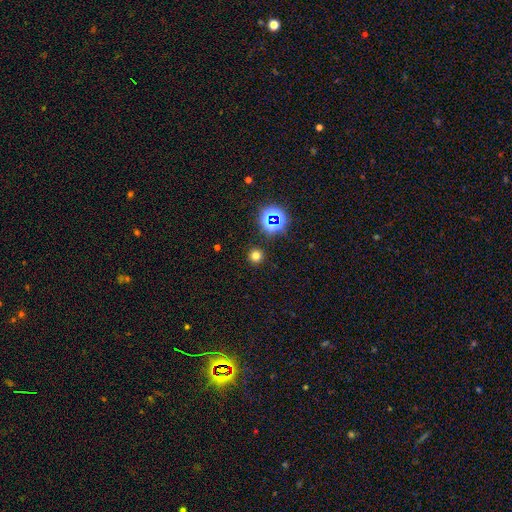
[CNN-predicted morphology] smooth-or-featured: smooth: 69% | star or artifact: 25% | featured or disk: 6%
  how-rounded: round: 95% | in between: 4% | cigar-shaped: 1%
  merging: none: 90% | minor disturbance: 5% | major disturbance: 3% | merger: 2%